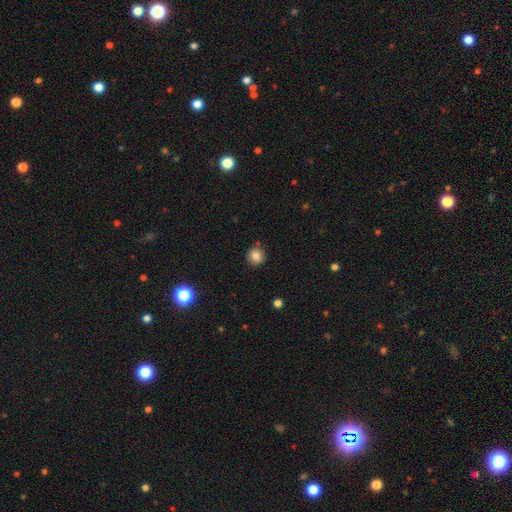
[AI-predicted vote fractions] Smooth or featured: smooth — 84% (star or artifact — 11%)
How rounded: round — 92% (in between — 7%)
Merging: none — 87% (minor disturbance — 8%)